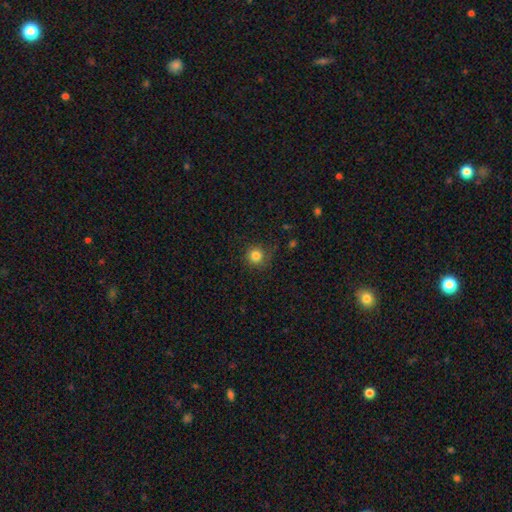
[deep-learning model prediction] Smooth or featured: smooth — 82% (star or artifact — 12%)
How rounded: round — 94% (in between — 5%)
Merging: none — 81% (minor disturbance — 13%)